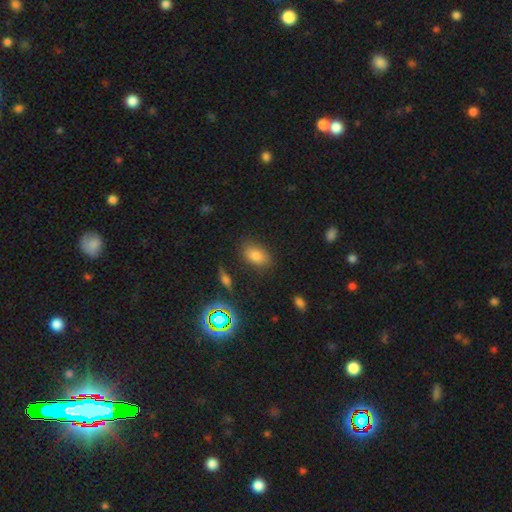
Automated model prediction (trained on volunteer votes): Smooth or featured? smooth (76%)
How rounded? in between (87%)
Merging? none (80%)